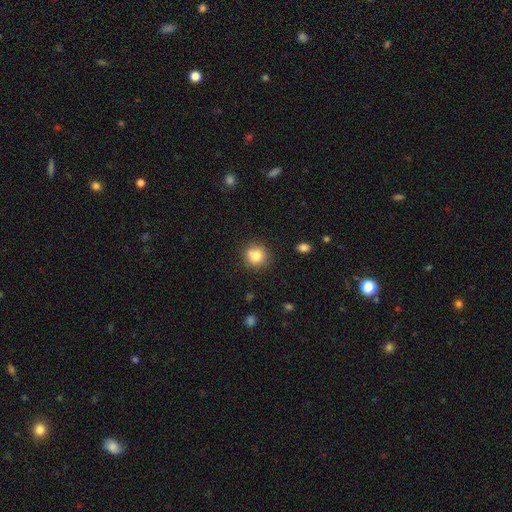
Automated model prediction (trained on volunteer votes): Morphology: type=smooth (82%); roundness=round (89%); merging=none (76%).